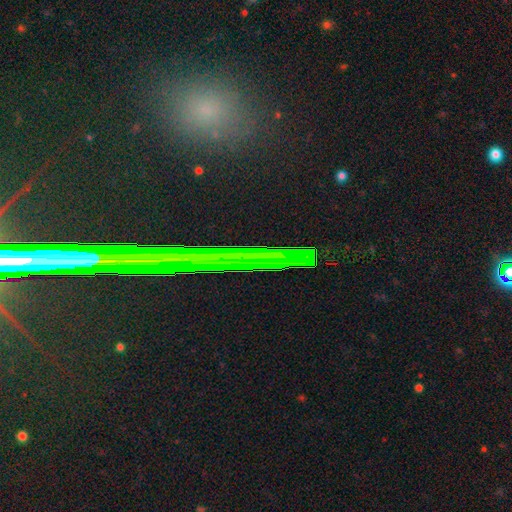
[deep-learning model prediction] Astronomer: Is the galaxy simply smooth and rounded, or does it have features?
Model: star or artifact — 69%.